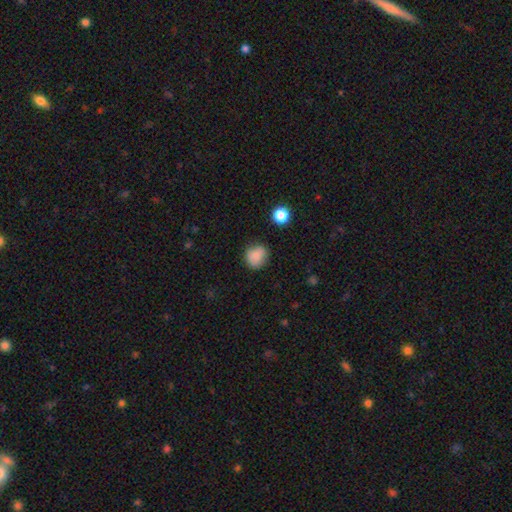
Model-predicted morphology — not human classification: Smooth or featured?
  - smooth: 85% *
  - star or artifact: 10%
  - featured or disk: 6%
How rounded?
  - round: 74% *
  - in between: 25%
  - cigar-shaped: 1%
Merging?
  - none: 77% *
  - minor disturbance: 17%
  - major disturbance: 4%
  - merger: 2%